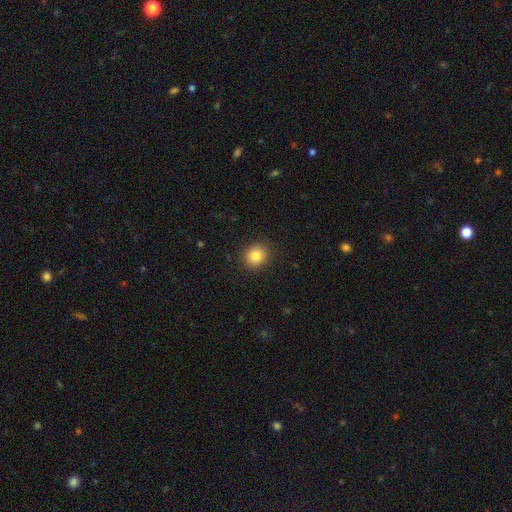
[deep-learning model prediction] Q: Smooth or featured?
A: smooth (84%); runner-up: star or artifact (10%)
Q: How rounded?
A: round (79%); runner-up: in between (20%)
Q: Merging?
A: none (90%); runner-up: minor disturbance (7%)